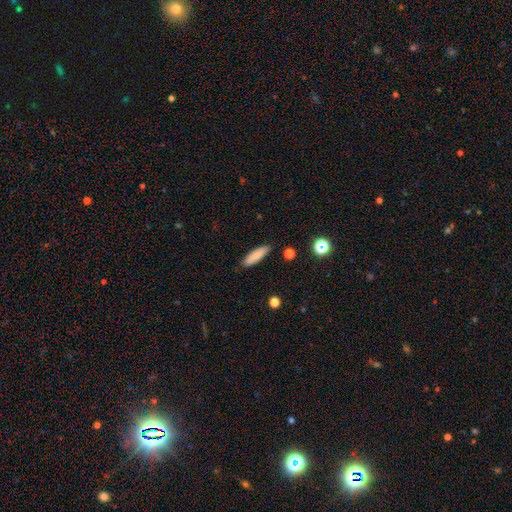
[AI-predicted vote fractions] A smooth galaxy with no disk features (84%) that is cigar-shaped (63%).

Vote fractions:
- Smooth or featured? smooth: 84% / featured or disk: 9% / star or artifact: 8%
- How rounded? cigar-shaped: 63% / in between: 35% / round: 2%
- Merging? none: 86% / minor disturbance: 10% / major disturbance: 2% / merger: 2%